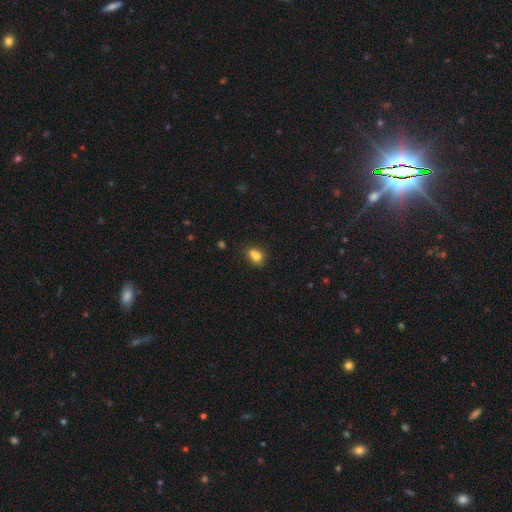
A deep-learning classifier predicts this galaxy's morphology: smooth_or_featured: smooth (p=0.74) [alt: featured or disk p=0.14]
how_rounded: round (p=0.49) [tied with: in between p=0.49]
merging: merger (p=0.46) [alt: none p=0.36]